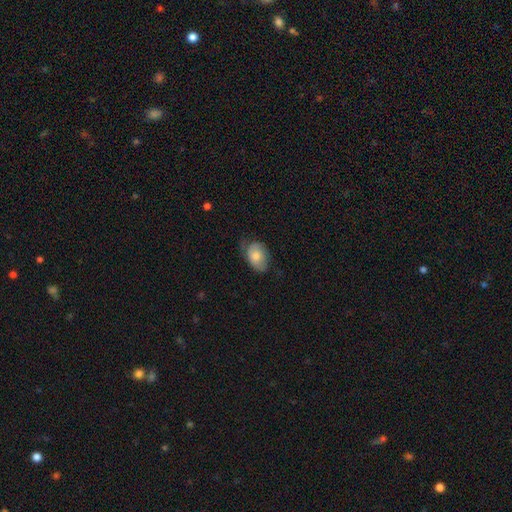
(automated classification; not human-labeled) This appears to be a smooth galaxy with no disk features (68%) that is in between round and cigar-shaped (85%). Merging: none (51%).